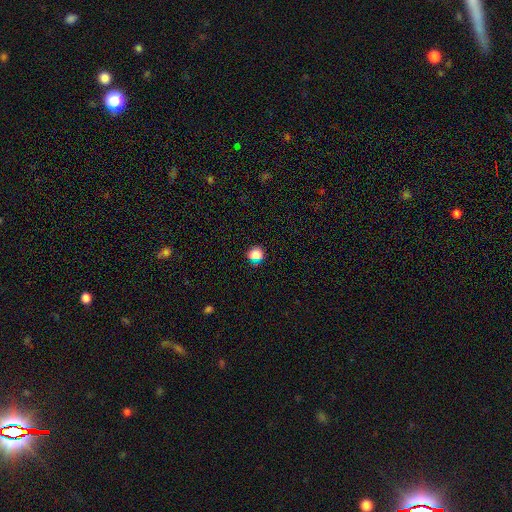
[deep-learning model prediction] Smooth or featured? Predicted: smooth (p=0.83). How rounded? Predicted: round (p=0.86). Merging? Predicted: none (p=0.84).